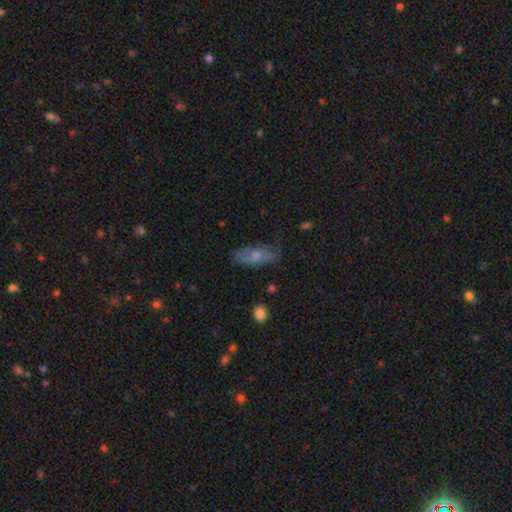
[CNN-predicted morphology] The model was most divided on "smooth or featured": smooth: 60%, featured or disk: 32%, star or artifact: 8%. More confident: how rounded — in between (75%); merging — none (63%).